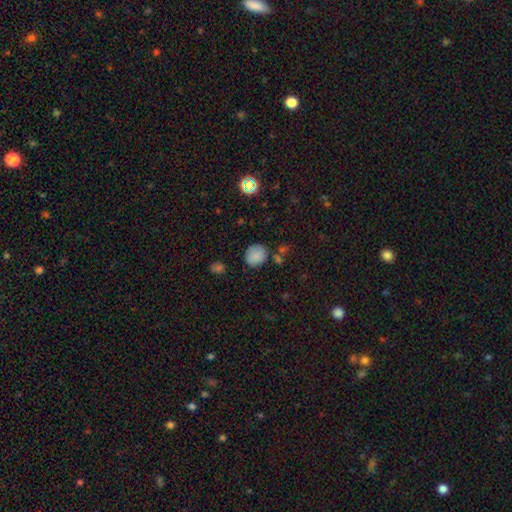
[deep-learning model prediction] Morphology: type=smooth (83%); roundness=round (82%); merging=none (76%).